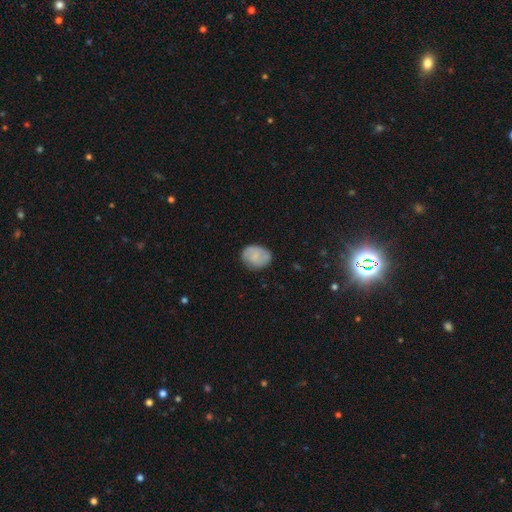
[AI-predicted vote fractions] smooth 74%, featured or disk 19%, star or artifact 7%. Down the decision tree: how rounded — in between (57%); merging — none (75%).